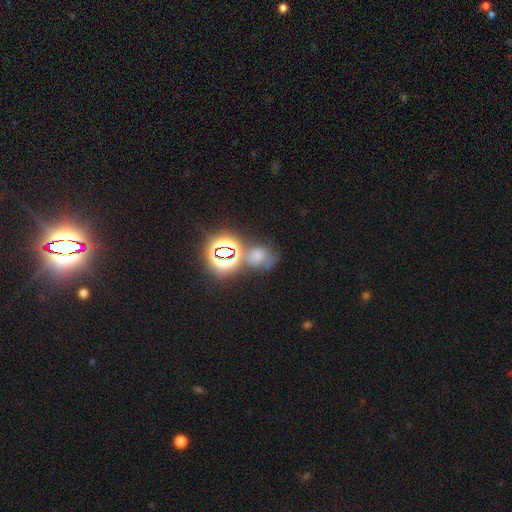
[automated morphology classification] Smooth or featured?
  - star or artifact: 59% *
  - smooth: 28%
  - featured or disk: 14%